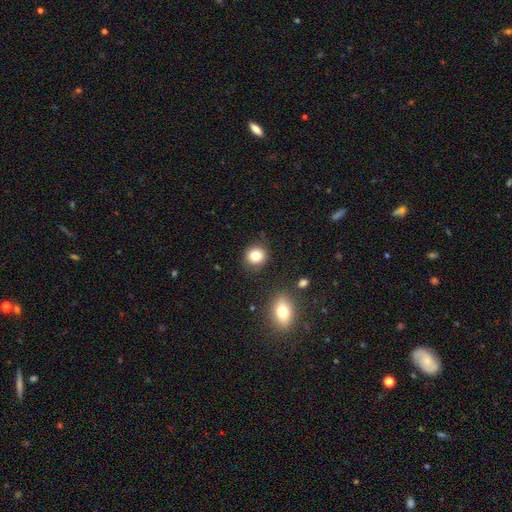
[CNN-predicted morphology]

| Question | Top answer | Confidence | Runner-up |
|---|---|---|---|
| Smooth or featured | smooth | 81% | star or artifact (11%) |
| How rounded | round | 88% | in between (11%) |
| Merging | none | 87% | minor disturbance (8%) |